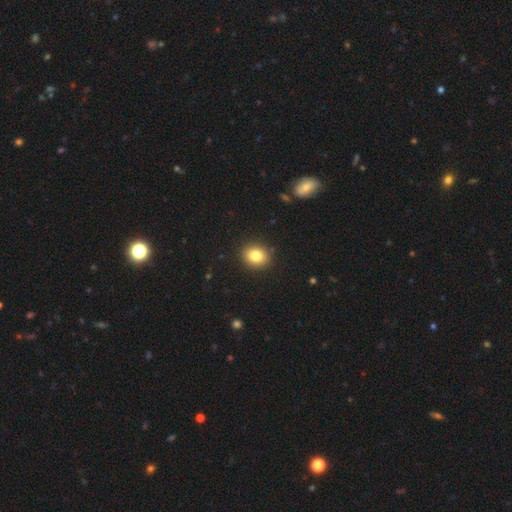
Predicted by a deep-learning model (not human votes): Overall: smooth (82%). How rounded: round (69%; in between 30%). Merging: none (90%).